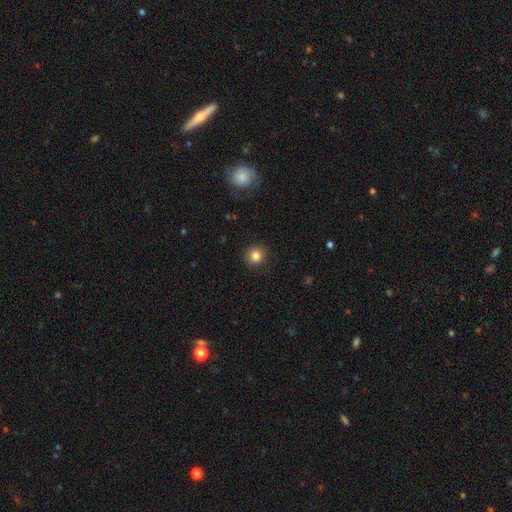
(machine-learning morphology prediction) A smooth galaxy with no disk features (83%) that is round (90%). Merging: none (90%).